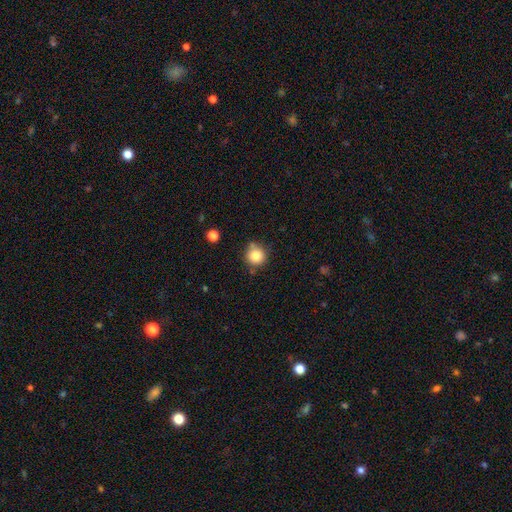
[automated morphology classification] Smooth or featured?
  - smooth: 83% *
  - star or artifact: 10%
  - featured or disk: 7%
How rounded?
  - round: 92% *
  - in between: 7%
  - cigar-shaped: 1%
Merging?
  - none: 73% *
  - minor disturbance: 16%
  - merger: 7%
  - major disturbance: 4%